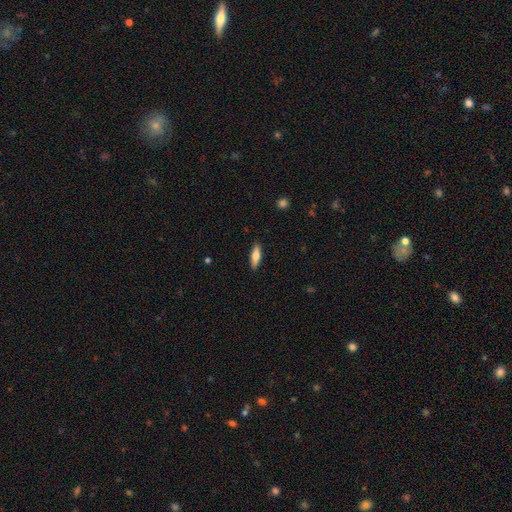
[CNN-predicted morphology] A smooth galaxy with no disk features (67%) that is cigar-shaped (55%).

Vote fractions:
- Smooth or featured? smooth: 67% / featured or disk: 27% / star or artifact: 6%
- How rounded? cigar-shaped: 55% / in between: 43% / round: 2%
- Merging? none: 89% / minor disturbance: 8% / major disturbance: 2% / merger: 1%